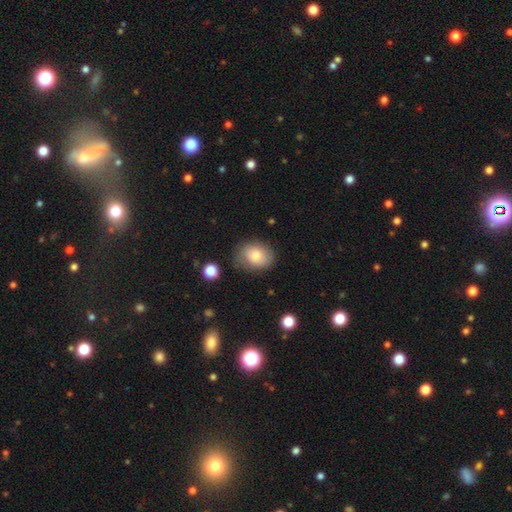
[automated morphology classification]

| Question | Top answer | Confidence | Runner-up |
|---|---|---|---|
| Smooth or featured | smooth | 74% | featured or disk (18%) |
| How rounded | in between | 60% | round (39%) |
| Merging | none | 69% | minor disturbance (22%) |